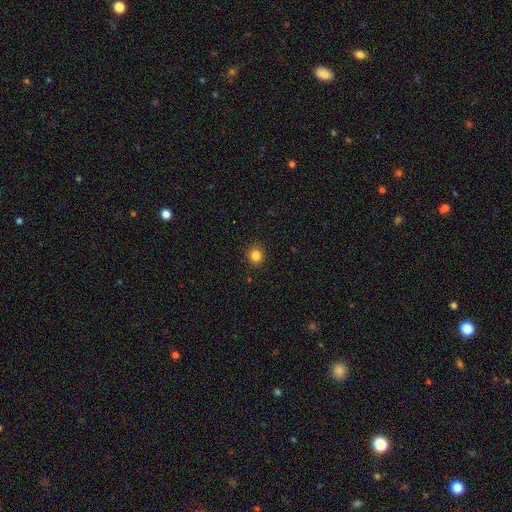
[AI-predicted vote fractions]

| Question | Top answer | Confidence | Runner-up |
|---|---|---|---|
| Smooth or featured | smooth | 84% | star or artifact (12%) |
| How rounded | round | 90% | in between (9%) |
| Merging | none | 92% | minor disturbance (5%) |